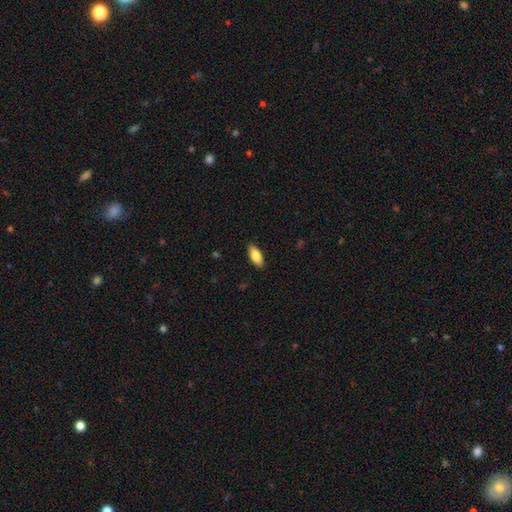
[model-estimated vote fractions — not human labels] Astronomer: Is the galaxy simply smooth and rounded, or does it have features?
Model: smooth — 82%.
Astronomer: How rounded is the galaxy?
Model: in between — 83%.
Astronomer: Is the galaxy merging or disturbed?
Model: none — 89%.